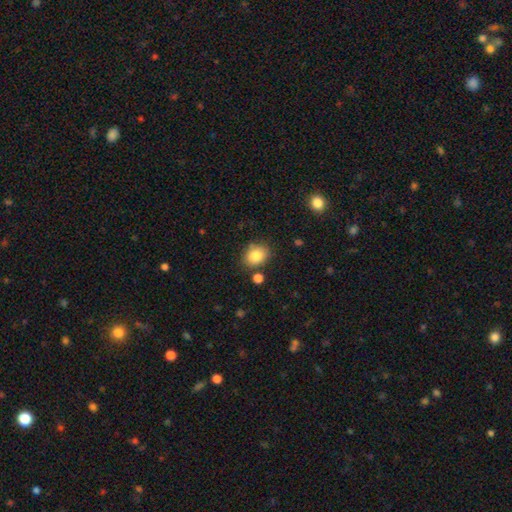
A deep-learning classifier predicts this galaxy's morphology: Smooth or featured?
  - smooth: 84% *
  - star or artifact: 9%
  - featured or disk: 7%
How rounded?
  - in between: 55% *
  - round: 44%
  - cigar-shaped: 1%
Merging?
  - none: 77% *
  - minor disturbance: 13%
  - merger: 7%
  - major disturbance: 4%